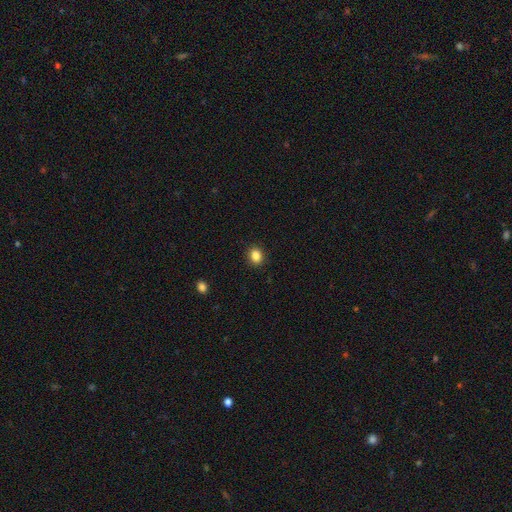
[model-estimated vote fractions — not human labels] Smooth or featured? Predicted: smooth (p=0.85). How rounded? Predicted: round (p=0.58). Merging? Predicted: none (p=0.91).